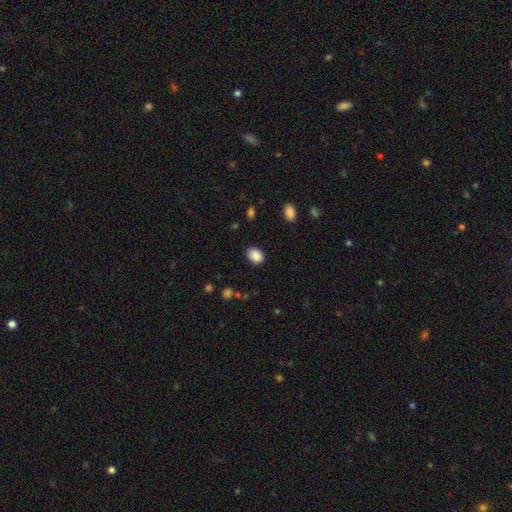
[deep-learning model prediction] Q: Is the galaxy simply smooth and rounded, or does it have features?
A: smooth — 88%.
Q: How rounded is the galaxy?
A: in between — 68%.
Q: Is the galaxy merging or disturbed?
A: none — 83%.